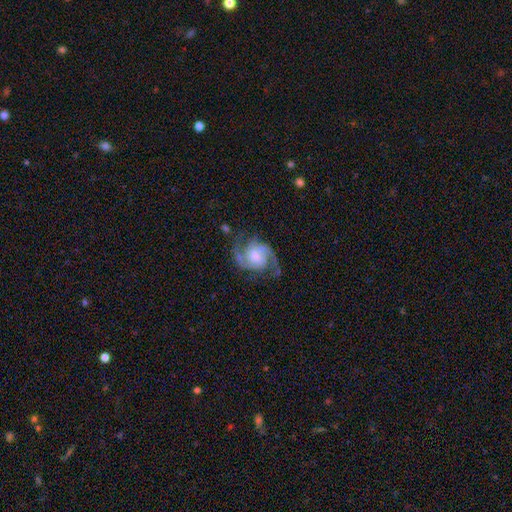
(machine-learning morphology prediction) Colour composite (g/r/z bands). It shows a featured or disk galaxy (89%) with no bar (50%), 2 (87%) medium (59%) spiral arms (98%) and a moderate central bulge (29%). Merging: none (72%).